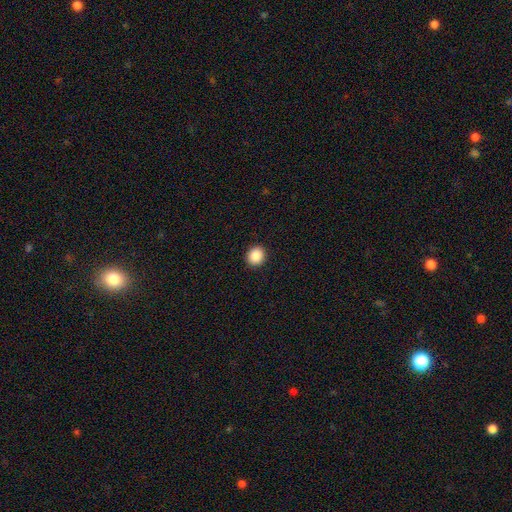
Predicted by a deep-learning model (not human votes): smooth_or_featured: smooth (p=0.88) [alt: star or artifact p=0.09]
how_rounded: round (p=0.83) [alt: in between p=0.16]
merging: none (p=0.93) [alt: minor disturbance p=0.05]